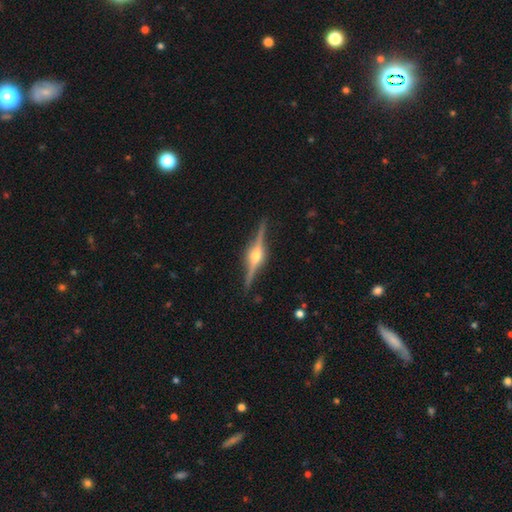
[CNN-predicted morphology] featured or disk 88%, smooth 7%, star or artifact 5%. Down the decision tree: edge-on disk — yes (98%); edge-on bulge — rounded (92%); merging — none (90%).